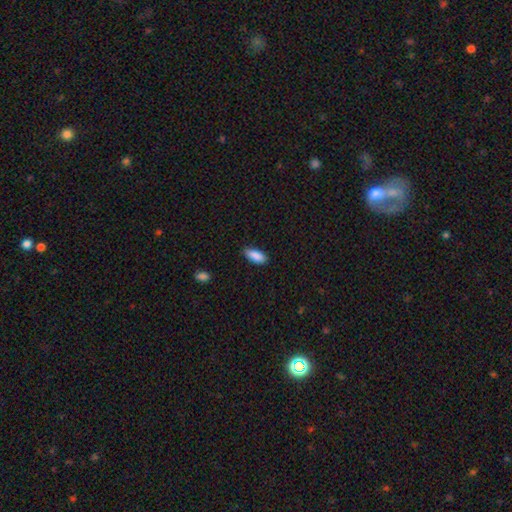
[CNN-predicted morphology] This appears to be a smooth galaxy with no disk features (90%) that is in between round and cigar-shaped (82%). Merging: none (84%).